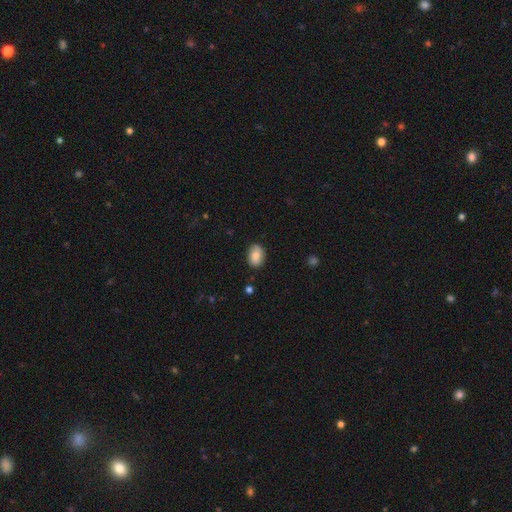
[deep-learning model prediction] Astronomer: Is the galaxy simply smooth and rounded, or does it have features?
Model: smooth — 84%.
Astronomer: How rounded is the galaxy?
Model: in between — 79%.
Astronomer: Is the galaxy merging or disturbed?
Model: none — 82%.